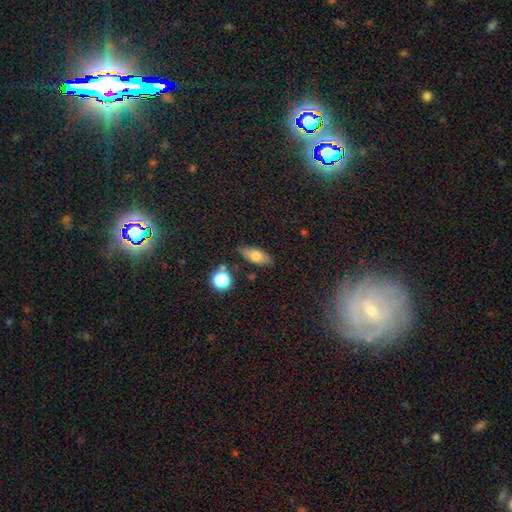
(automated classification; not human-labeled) A smooth galaxy with no disk features (69%) that is in between round and cigar-shaped (77%).

Vote fractions:
- Smooth or featured? smooth: 69% / featured or disk: 21% / star or artifact: 9%
- How rounded? in between: 77% / cigar-shaped: 17% / round: 6%
- Merging? none: 79% / minor disturbance: 14% / merger: 3% / major disturbance: 3%